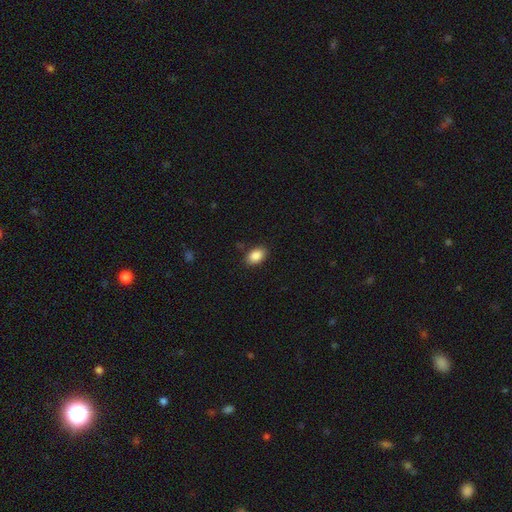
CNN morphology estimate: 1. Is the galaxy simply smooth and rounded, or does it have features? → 88% smooth, 8% star or artifact, 4% featured or disk.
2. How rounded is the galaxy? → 88% in between, 11% round, 1% cigar-shaped.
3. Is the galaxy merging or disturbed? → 87% none, 10% minor disturbance, 2% major disturbance, 1% merger.